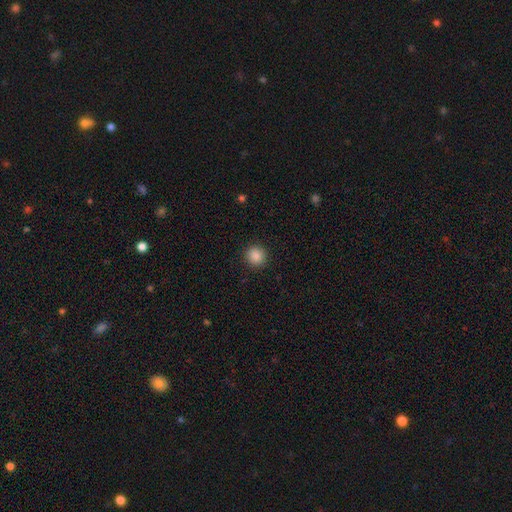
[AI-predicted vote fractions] smooth 88%, star or artifact 10%, featured or disk 3%. Down the decision tree: how rounded — round (91%); merging — none (92%).